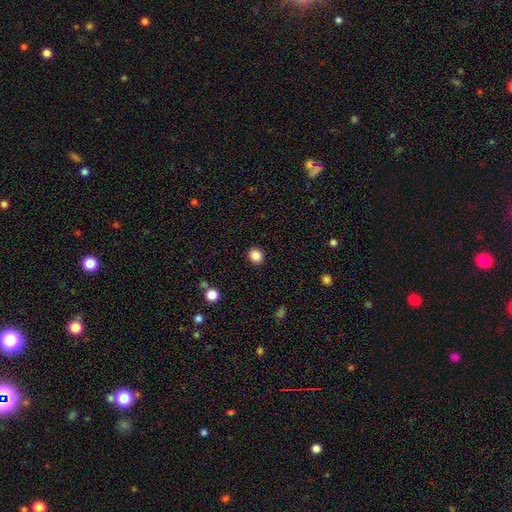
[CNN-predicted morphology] smooth-or-featured: smooth: 86% | star or artifact: 10% | featured or disk: 3%
  how-rounded: round: 82% | in between: 17% | cigar-shaped: 1%
  merging: none: 91% | minor disturbance: 6% | major disturbance: 2% | merger: 1%